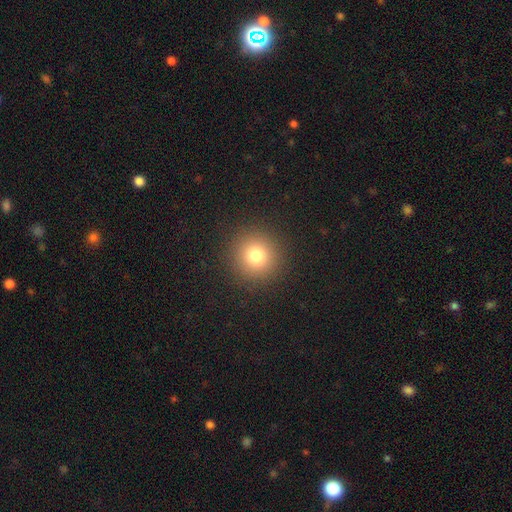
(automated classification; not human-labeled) smooth_or_featured: smooth (p=0.78) [alt: star or artifact p=0.14]
how_rounded: round (p=0.94) [alt: in between p=0.05]
merging: none (p=0.91) [alt: minor disturbance p=0.05]